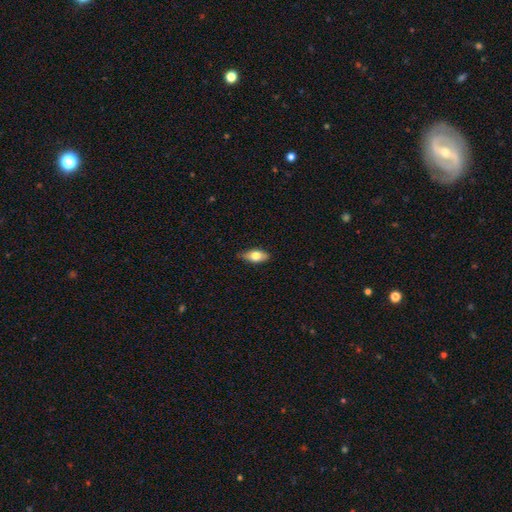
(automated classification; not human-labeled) A smooth galaxy with no disk features (69%) that is in between round and cigar-shaped (84%).

Vote fractions:
- Smooth or featured? smooth: 69% / featured or disk: 25% / star or artifact: 6%
- How rounded? in between: 84% / cigar-shaped: 12% / round: 4%
- Merging? none: 82% / minor disturbance: 15% / major disturbance: 2% / merger: 1%